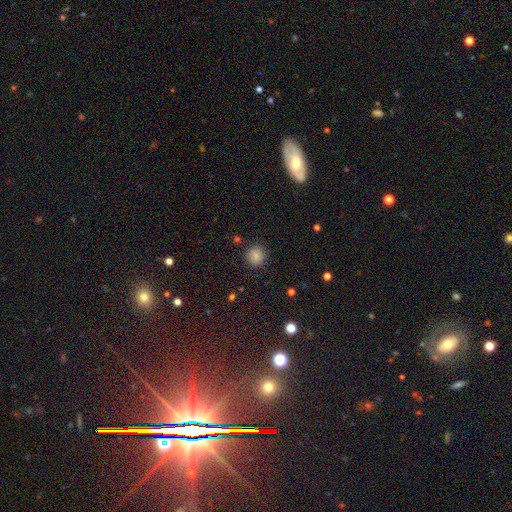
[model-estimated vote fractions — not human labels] Q: Smooth or featured?
A: smooth (84%); runner-up: star or artifact (12%)
Q: How rounded?
A: round (90%); runner-up: in between (10%)
Q: Merging?
A: none (88%); runner-up: minor disturbance (8%)